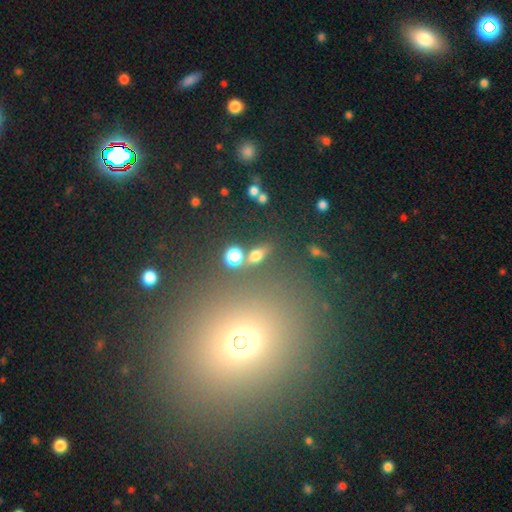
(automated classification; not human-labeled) smooth_or_featured: smooth (p=0.62) [alt: star or artifact p=0.19]
how_rounded: in between (p=0.54) [alt: round p=0.27]
merging: none (p=0.72) [alt: merger p=0.12]